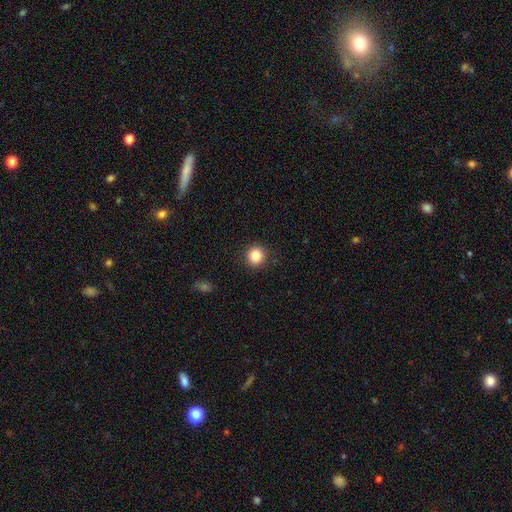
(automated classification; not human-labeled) Smooth or featured: smooth — 85% (star or artifact — 10%)
How rounded: round — 92% (in between — 7%)
Merging: none — 91% (minor disturbance — 6%)